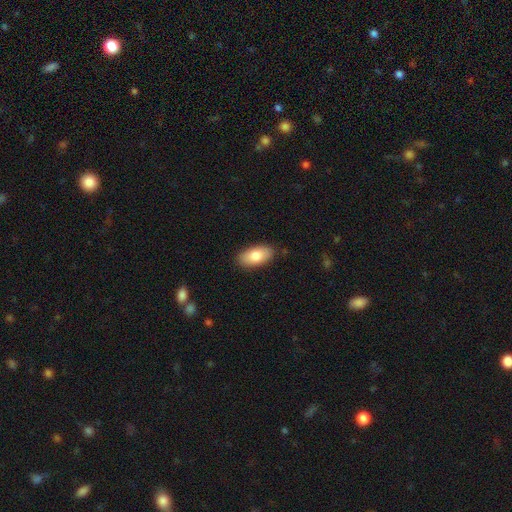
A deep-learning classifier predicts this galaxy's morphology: Smooth or featured?
  - smooth: 82% *
  - featured or disk: 12%
  - star or artifact: 6%
How rounded?
  - in between: 93% *
  - cigar-shaped: 4%
  - round: 3%
Merging?
  - none: 86% *
  - minor disturbance: 11%
  - major disturbance: 2%
  - merger: 1%